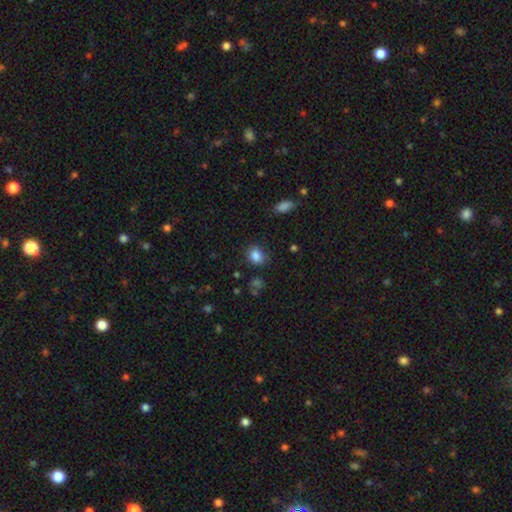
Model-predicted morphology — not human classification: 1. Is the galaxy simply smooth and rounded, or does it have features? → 85% smooth, 11% star or artifact, 5% featured or disk.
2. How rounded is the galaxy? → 51% round, 47% in between, 1% cigar-shaped.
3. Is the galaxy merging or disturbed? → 75% none, 18% minor disturbance, 5% major disturbance, 2% merger.